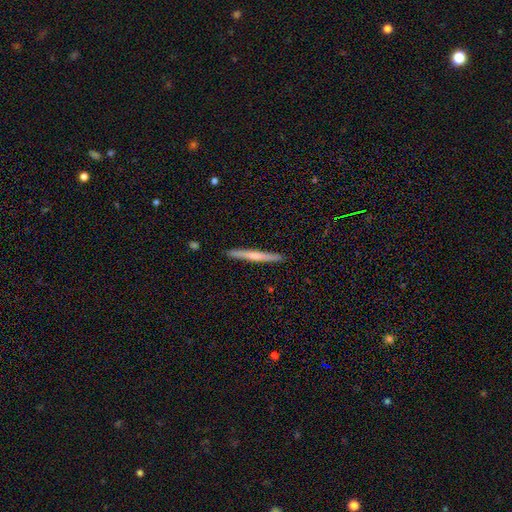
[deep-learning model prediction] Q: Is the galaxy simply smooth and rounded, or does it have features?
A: smooth — 52%.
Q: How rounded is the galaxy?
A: cigar-shaped — 96%.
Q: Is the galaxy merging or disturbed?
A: none — 91%.